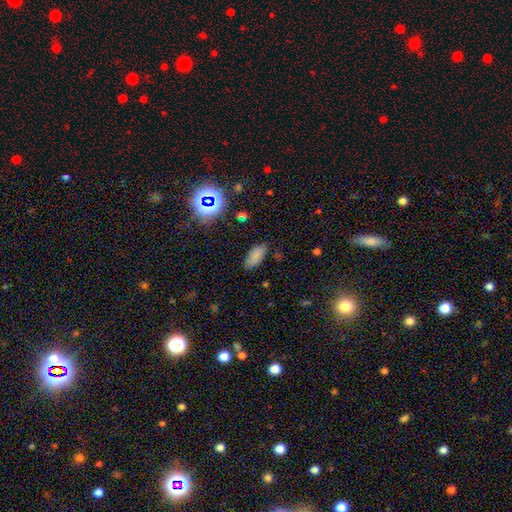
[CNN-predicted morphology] Smooth or featured? smooth (81%)
How rounded? in between (89%)
Merging? none (83%)